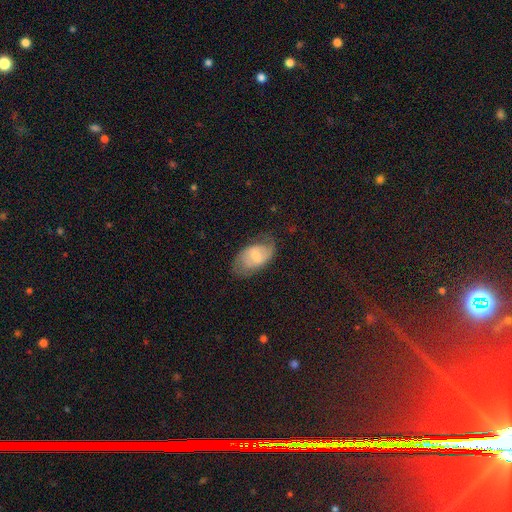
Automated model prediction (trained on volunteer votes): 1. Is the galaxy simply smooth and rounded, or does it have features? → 49% featured or disk, 44% smooth, 7% star or artifact.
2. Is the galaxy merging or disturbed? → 63% none, 25% minor disturbance, 11% major disturbance, 1% merger.